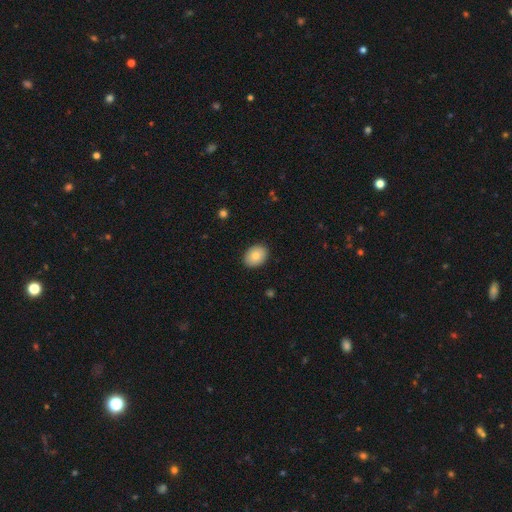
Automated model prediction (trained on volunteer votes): Morphology: type=smooth (82%); roundness=in between (73%); merging=none (90%).